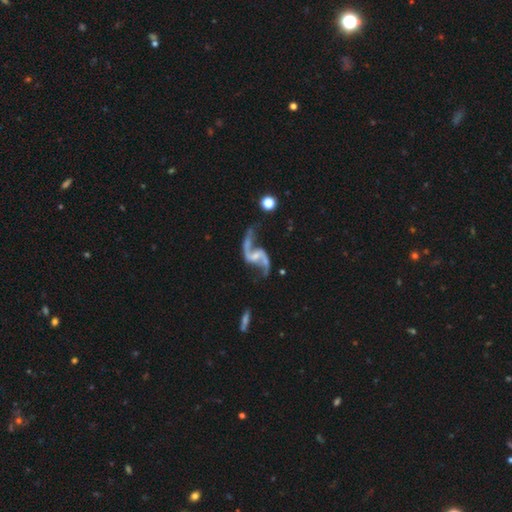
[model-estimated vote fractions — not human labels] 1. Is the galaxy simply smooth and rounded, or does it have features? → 92% featured or disk, 5% star or artifact, 3% smooth.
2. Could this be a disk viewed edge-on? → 98% no, 2% yes.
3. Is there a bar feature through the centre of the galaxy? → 44% weak, 33% no, 23% strong.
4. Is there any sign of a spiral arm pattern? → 97% yes, 3% no.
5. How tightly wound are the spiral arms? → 83% loose, 14% medium, 3% tight.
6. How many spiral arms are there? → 94% 2, 2% 1, 1% can't tell, 1% 3, 1% 4, 1% more than 4.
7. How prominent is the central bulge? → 52% small, 27% none, 18% moderate, 2% large, 1% dominant.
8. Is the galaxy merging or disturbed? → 65% none, 17% minor disturbance, 12% major disturbance, 5% merger.